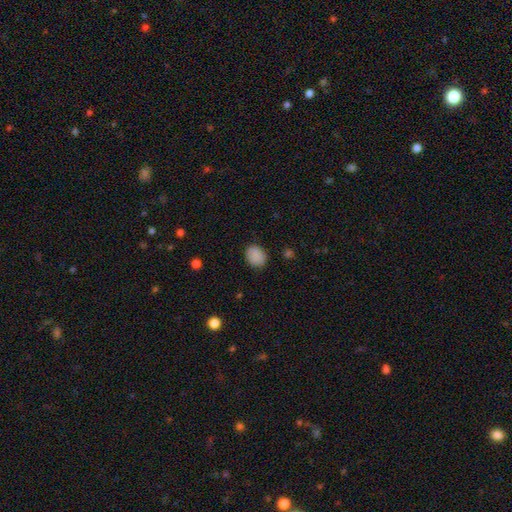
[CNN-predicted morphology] Smooth or featured?
  - smooth: 88% *
  - star or artifact: 9%
  - featured or disk: 3%
How rounded?
  - round: 52% *
  - in between: 47%
  - cigar-shaped: 1%
Merging?
  - none: 86% *
  - minor disturbance: 10%
  - major disturbance: 3%
  - merger: 1%